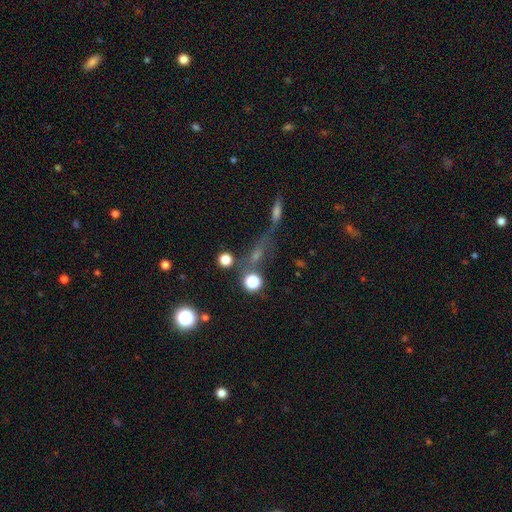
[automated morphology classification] type=smooth (39%, tied with star or artifact); merging=none (52%).